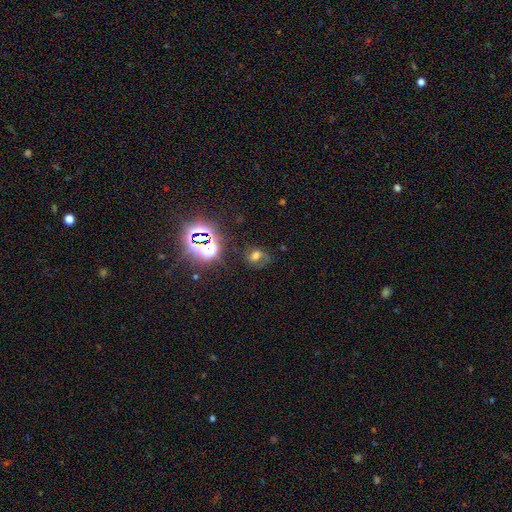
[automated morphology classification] Overall: smooth (45%; star or artifact 29%). Merging: none (57%; minor disturbance 23%).